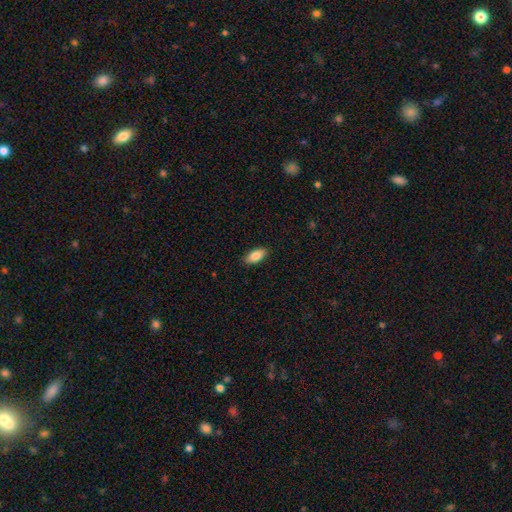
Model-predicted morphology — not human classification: smooth 85%, featured or disk 8%, star or artifact 6%. Down the decision tree: how rounded — in between (89%); merging — none (89%).